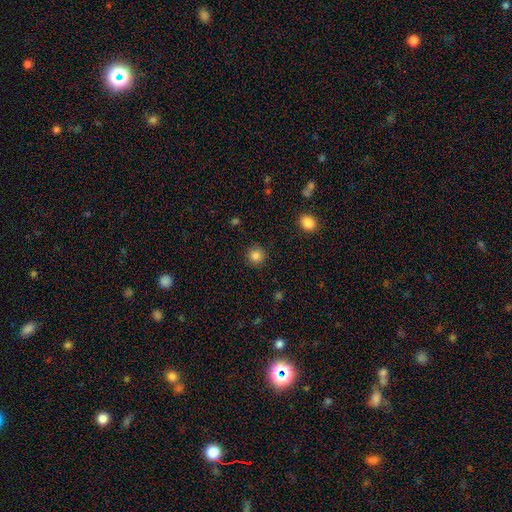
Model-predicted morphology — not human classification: A smooth galaxy with no disk features (85%) that is round (92%).

Vote fractions:
- Smooth or featured? smooth: 85% / star or artifact: 11% / featured or disk: 4%
- How rounded? round: 92% / in between: 7% / cigar-shaped: 1%
- Merging? none: 90% / minor disturbance: 7% / major disturbance: 2% / merger: 1%